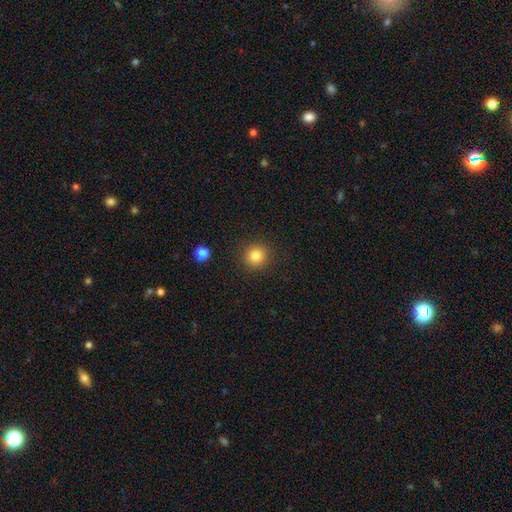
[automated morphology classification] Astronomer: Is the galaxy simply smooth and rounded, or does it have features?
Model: smooth — 83%.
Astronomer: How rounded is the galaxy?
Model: round — 93%.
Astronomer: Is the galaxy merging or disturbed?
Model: none — 91%.